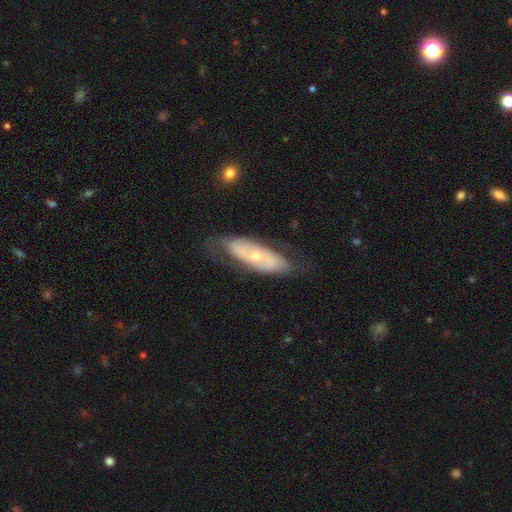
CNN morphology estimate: Smooth or featured?
  - featured or disk: 67% *
  - smooth: 27%
  - star or artifact: 6%
Edge-on disk?
  - no: 84% *
  - yes: 16%
Bar?
  - no: 76% *
  - weak: 17%
  - strong: 6%
Spiral arms?
  - yes: 67% *
  - no: 33%
Bulge size?
  - small: 61% *
  - moderate: 35%
  - large: 1%
  - none: 1%
  - dominant: 1%
Merging?
  - none: 67% *
  - minor disturbance: 22%
  - major disturbance: 9%
  - merger: 2%